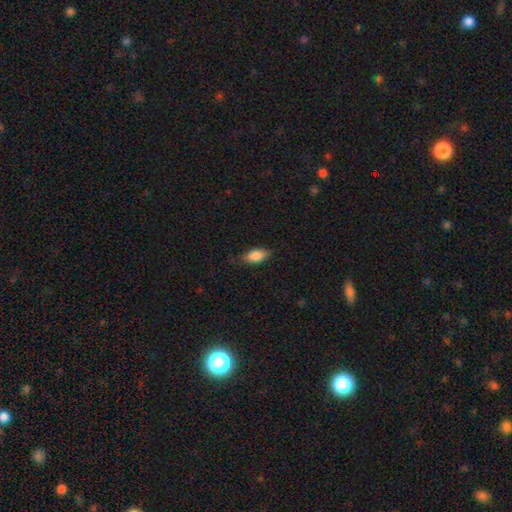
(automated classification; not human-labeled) smooth-or-featured: smooth: 85% | featured or disk: 8% | star or artifact: 7%
  how-rounded: in between: 89% | cigar-shaped: 7% | round: 4%
  merging: none: 74% | minor disturbance: 21% | major disturbance: 4% | merger: 1%